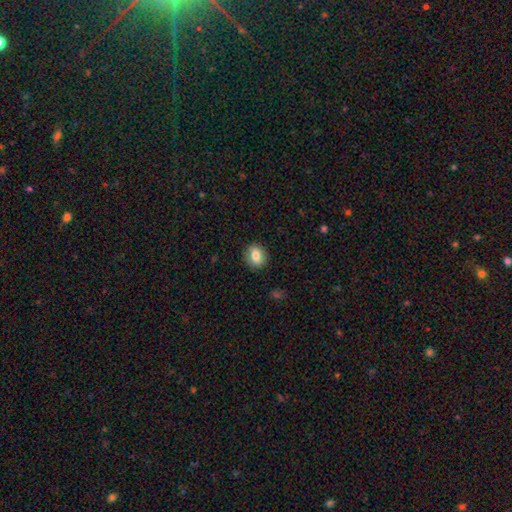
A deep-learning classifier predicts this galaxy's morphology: The model was most divided on "how rounded": round: 53%, in between: 45%, cigar-shaped: 2%. More confident: merging — none (86%); smooth or featured — smooth (75%).